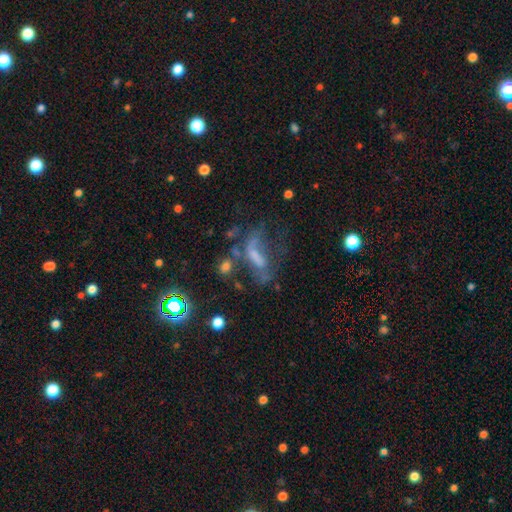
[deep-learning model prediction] Smooth or featured: featured or disk — 50% (smooth — 29%)
Edge-on disk: no — 89% (yes — 11%)
Merging: major disturbance — 40% (none — 31%)